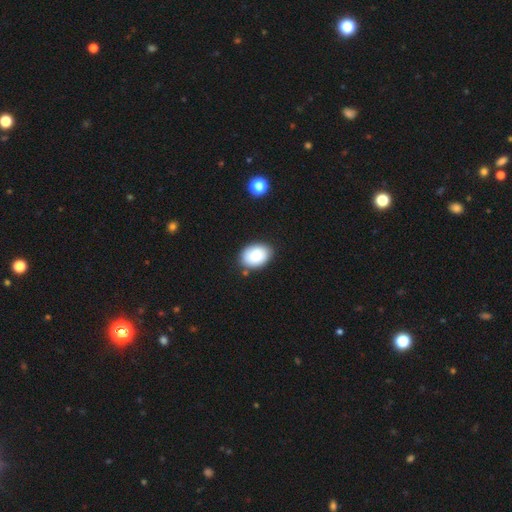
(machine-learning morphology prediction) Q: Smooth or featured?
A: smooth (86%); runner-up: featured or disk (7%)
Q: How rounded?
A: in between (77%); runner-up: round (22%)
Q: Merging?
A: none (82%); runner-up: minor disturbance (13%)